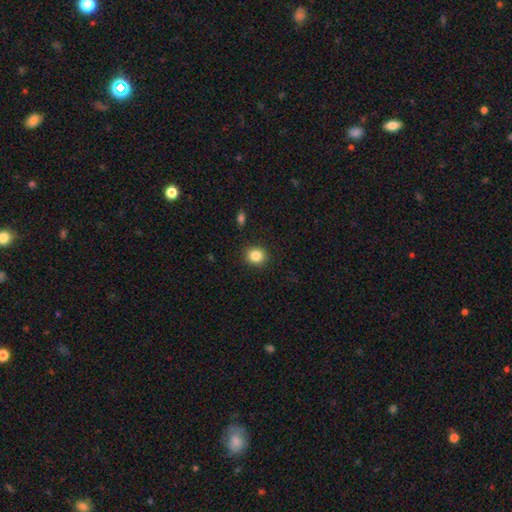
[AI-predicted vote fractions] Smooth or featured? smooth (85%)
How rounded? round (83%)
Merging? none (90%)